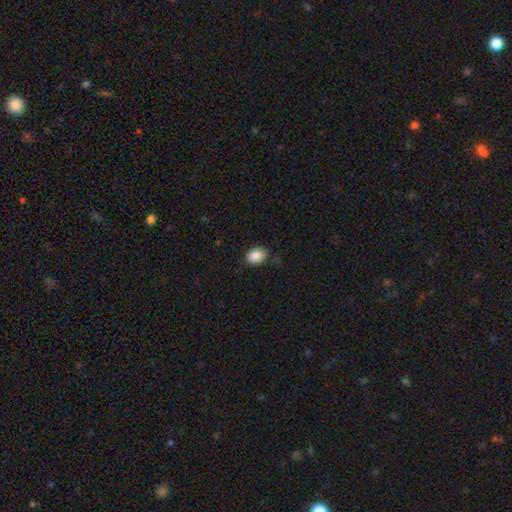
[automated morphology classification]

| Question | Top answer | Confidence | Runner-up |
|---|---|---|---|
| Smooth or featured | smooth | 88% | star or artifact (8%) |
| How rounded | in between | 72% | round (27%) |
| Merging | none | 78% | minor disturbance (17%) |